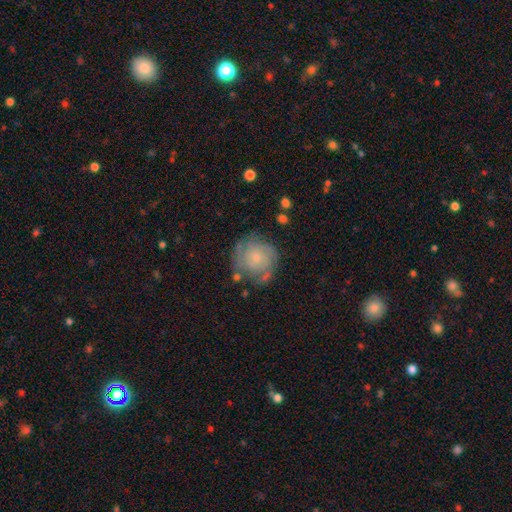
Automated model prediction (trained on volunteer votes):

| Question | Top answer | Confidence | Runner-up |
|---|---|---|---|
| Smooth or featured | featured or disk | 68% | smooth (24%) |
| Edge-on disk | no | 98% | yes (2%) |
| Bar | no | 80% | weak (17%) |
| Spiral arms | yes | 87% | no (13%) |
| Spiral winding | tight | 59% | medium (30%) |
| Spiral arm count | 2 | 35% | can't tell (34%) |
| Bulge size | small | 74% | moderate (17%) |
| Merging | none | 68% | minor disturbance (19%) |